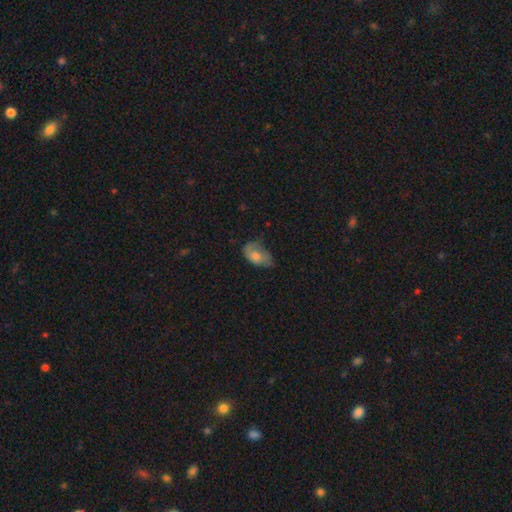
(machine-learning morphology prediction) A smooth galaxy with no disk features (68%) that is in between round and cigar-shaped (90%). Merging: minor disturbance (40%).